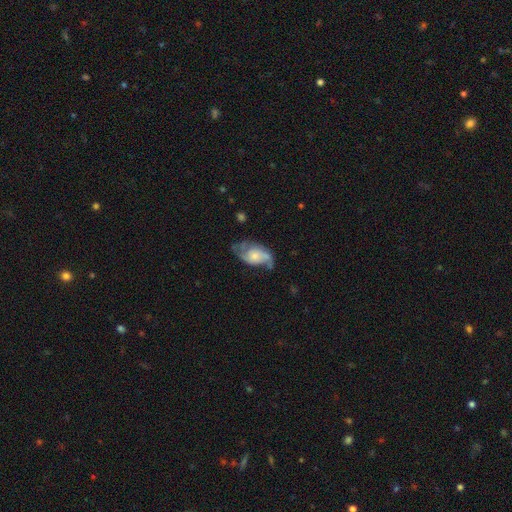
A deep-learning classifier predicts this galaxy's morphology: featured or disk 71%, smooth 22%, star or artifact 7%. Down the decision tree: edge-on disk — no (96%); bar — no (69%); spiral arms — yes (89%); spiral arm count — 2 (77%); spiral winding — loose (47%); bulge size — small (42%); merging — none (51%).